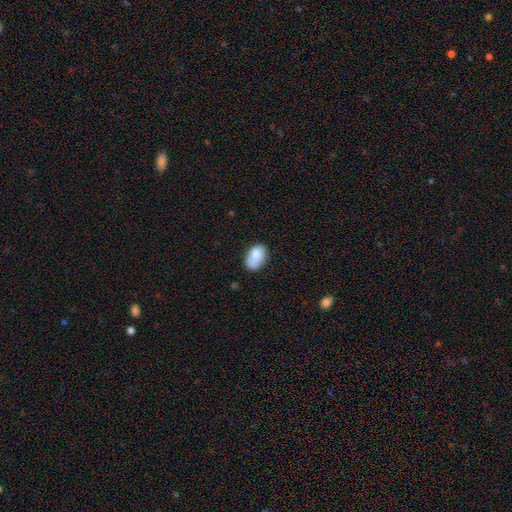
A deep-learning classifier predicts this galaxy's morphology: Q: Smooth or featured?
A: smooth (82%); runner-up: featured or disk (10%)
Q: How rounded?
A: in between (88%); runner-up: round (11%)
Q: Merging?
A: none (60%); runner-up: minor disturbance (27%)